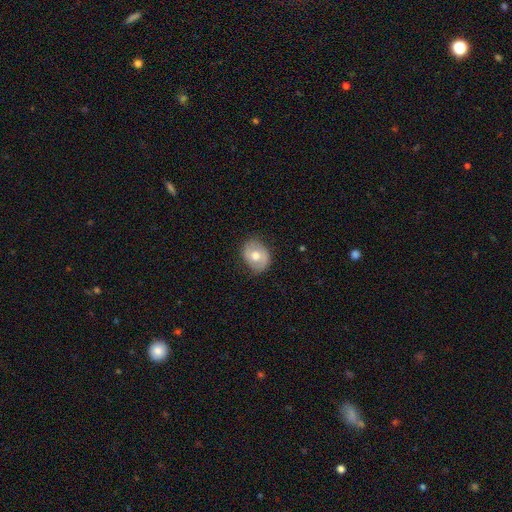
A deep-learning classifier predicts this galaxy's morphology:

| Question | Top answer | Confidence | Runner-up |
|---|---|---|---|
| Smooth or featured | smooth | 54% | featured or disk (40%) |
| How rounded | in between | 52% | round (47%) |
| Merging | none | 77% | minor disturbance (17%) |